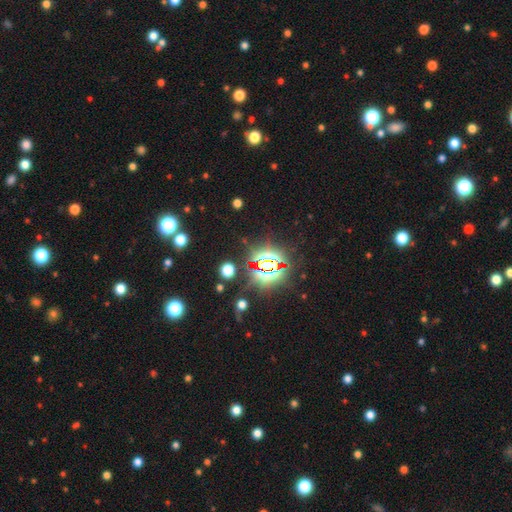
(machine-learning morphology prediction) A star or artifact, not a galaxy (82%).

Vote fractions:
- Smooth or featured? star or artifact: 82% / smooth: 11% / featured or disk: 7%